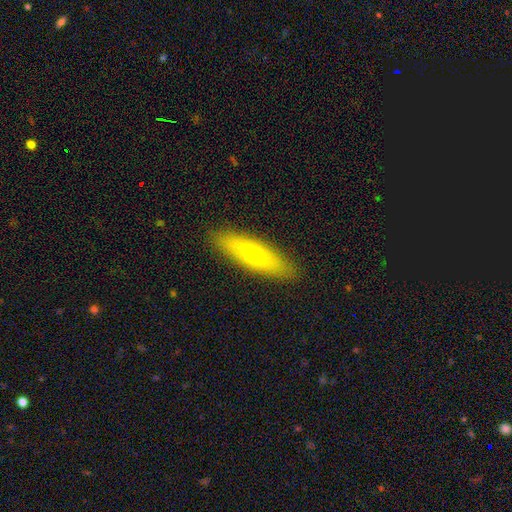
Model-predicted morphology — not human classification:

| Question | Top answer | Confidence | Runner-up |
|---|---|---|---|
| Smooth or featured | smooth | 59% | featured or disk (34%) |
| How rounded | cigar-shaped | 65% | in between (33%) |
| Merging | none | 89% | minor disturbance (8%) |